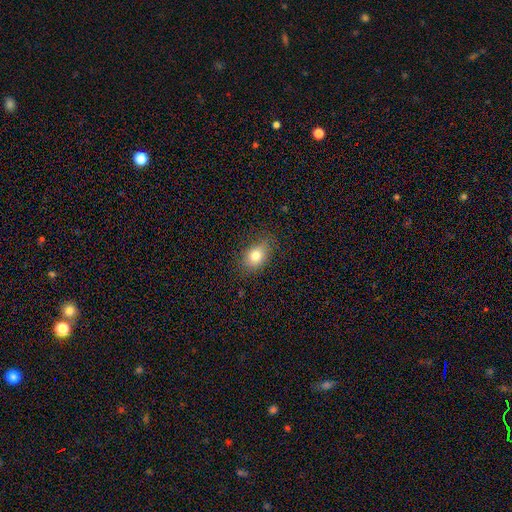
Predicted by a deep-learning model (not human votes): Smooth or featured?
  - smooth: 77% *
  - featured or disk: 12%
  - star or artifact: 11%
How rounded?
  - in between: 72% *
  - round: 27%
  - cigar-shaped: 1%
Merging?
  - none: 78% *
  - minor disturbance: 17%
  - major disturbance: 4%
  - merger: 1%